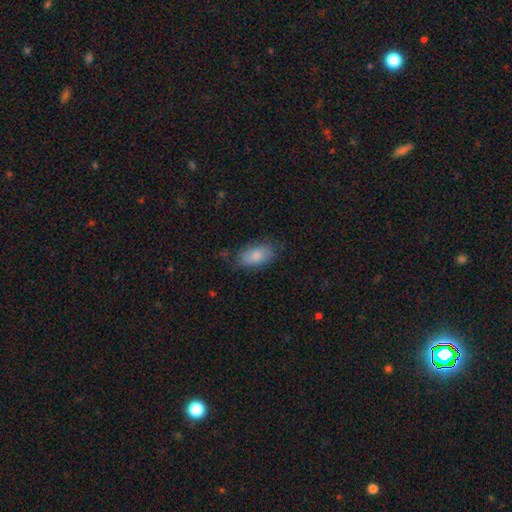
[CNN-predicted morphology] smooth 83%, featured or disk 11%, star or artifact 7%. Down the decision tree: how rounded — in between (93%); merging — none (74%).